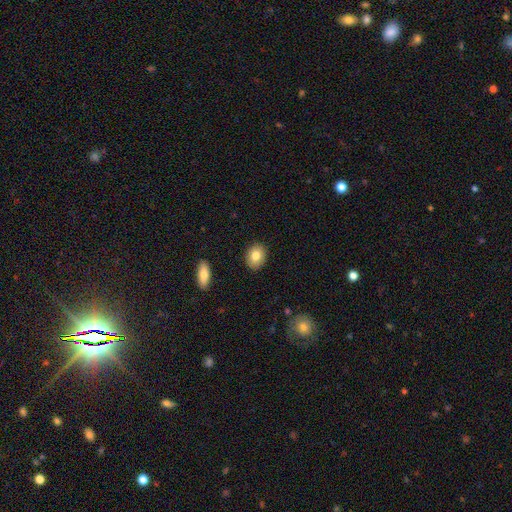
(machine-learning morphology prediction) A smooth galaxy with no disk features (81%) that is in between round and cigar-shaped (59%). Merging: none (88%).